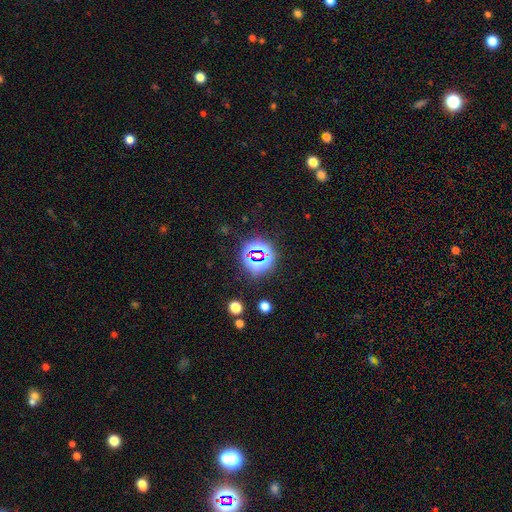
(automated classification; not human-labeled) Q: Smooth or featured?
A: star or artifact (71%); runner-up: smooth (19%)